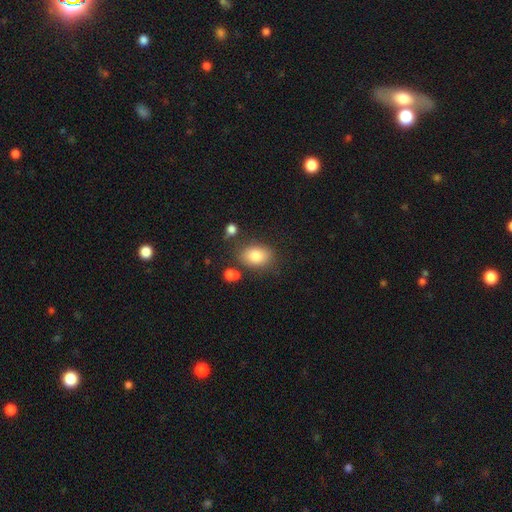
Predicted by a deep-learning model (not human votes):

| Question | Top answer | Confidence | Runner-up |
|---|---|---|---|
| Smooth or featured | smooth | 82% | featured or disk (9%) |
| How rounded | in between | 78% | round (21%) |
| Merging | none | 74% | minor disturbance (15%) |